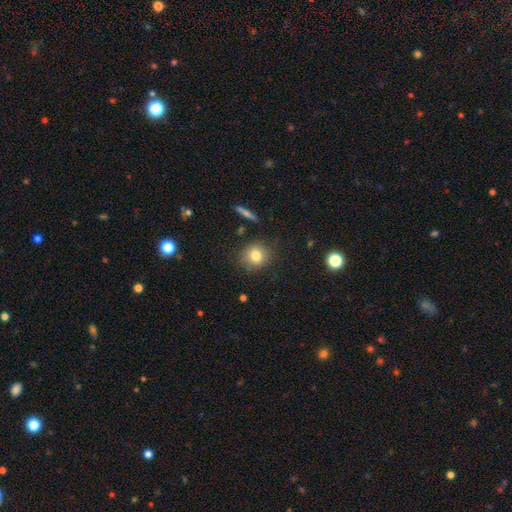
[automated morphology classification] smooth_or_featured: smooth (p=0.80) [alt: star or artifact p=0.11]
how_rounded: round (p=0.82) [alt: in between p=0.16]
merging: none (p=0.83) [alt: minor disturbance p=0.12]